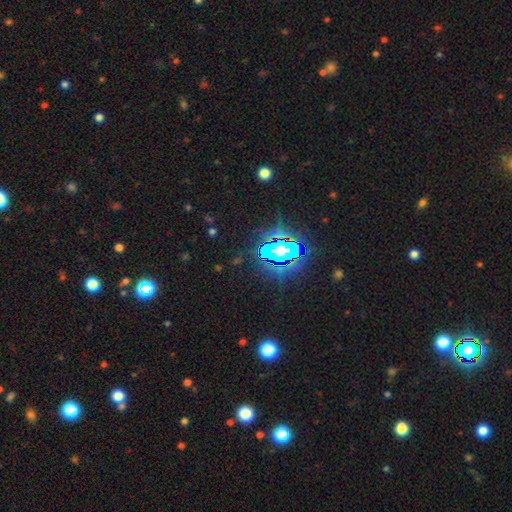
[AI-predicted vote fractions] Smooth or featured? Predicted: star or artifact (p=0.81).